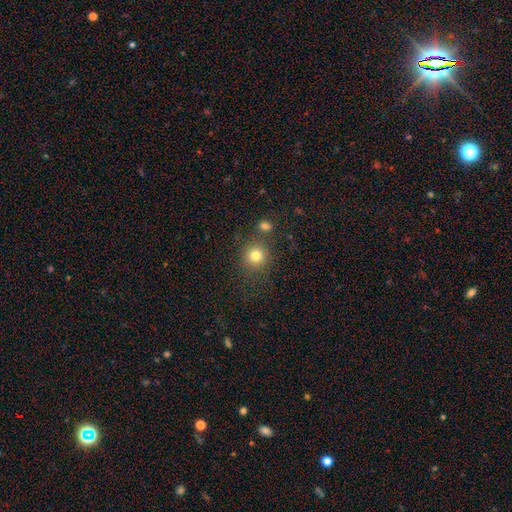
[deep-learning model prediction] The model was most divided on "smooth or featured": smooth: 64%, star or artifact: 28%, featured or disk: 8%. More confident: how rounded — round (85%); merging — none (73%).